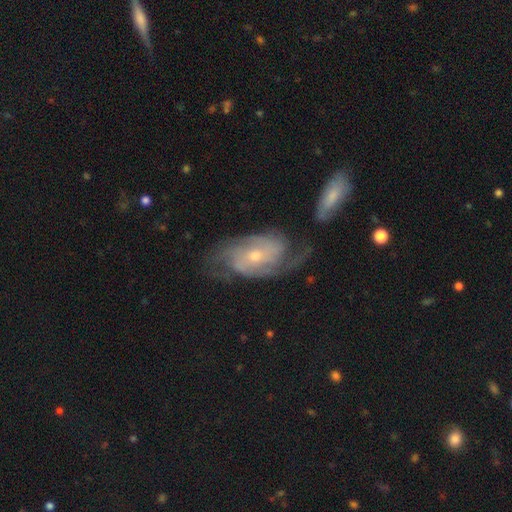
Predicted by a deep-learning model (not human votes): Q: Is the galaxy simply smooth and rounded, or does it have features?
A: featured or disk — 84%.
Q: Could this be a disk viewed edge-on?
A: no — 96%.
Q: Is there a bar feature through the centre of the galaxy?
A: no — 63%.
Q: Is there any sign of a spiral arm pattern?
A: yes — 95%.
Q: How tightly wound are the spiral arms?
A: tight — 44%.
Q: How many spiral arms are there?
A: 2 — 44%.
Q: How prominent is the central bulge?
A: small — 55%.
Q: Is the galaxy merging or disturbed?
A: none — 58%.